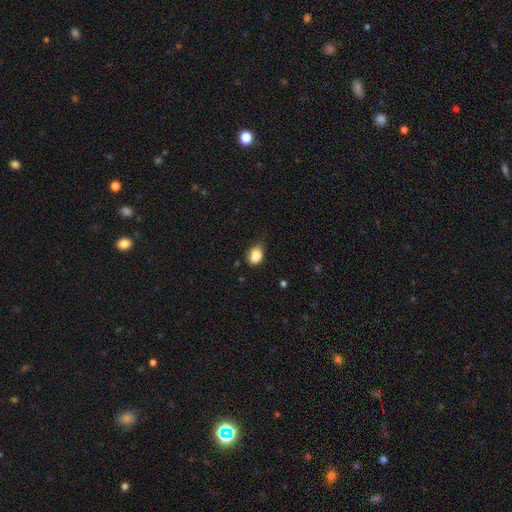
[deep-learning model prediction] Smooth or featured: smooth — 86% (star or artifact — 9%)
How rounded: in between — 69% (round — 29%)
Merging: none — 54% (minor disturbance — 36%)